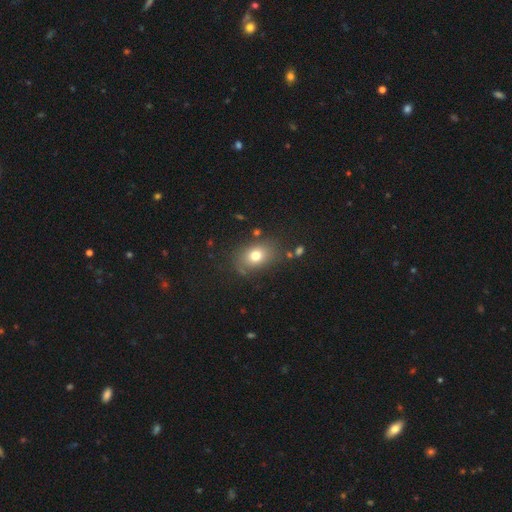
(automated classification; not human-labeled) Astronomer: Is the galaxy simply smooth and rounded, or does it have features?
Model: smooth — 75%.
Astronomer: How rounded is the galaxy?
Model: in between — 66%.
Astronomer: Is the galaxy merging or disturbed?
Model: none — 78%.